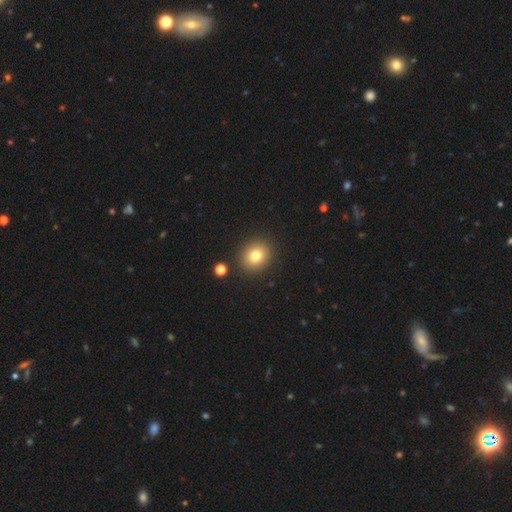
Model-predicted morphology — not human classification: This is likely a smooth galaxy (78%). How rounded: likely round (79%). Merging: clearly none (89%).